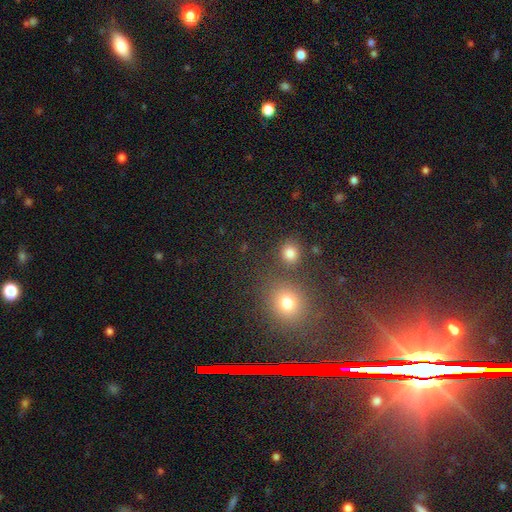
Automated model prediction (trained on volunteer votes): star or artifact 63%, smooth 26%, featured or disk 11%.